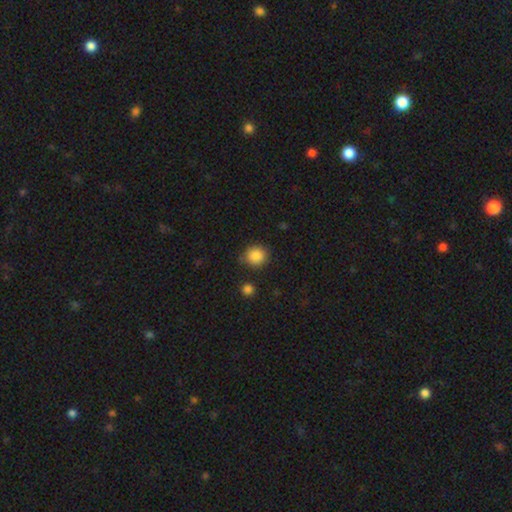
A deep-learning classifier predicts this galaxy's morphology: The model was most divided on "merging": none: 81%, minor disturbance: 12%, merger: 3%, major disturbance: 3%. More confident: smooth or featured — smooth (87%); how rounded — round (86%).